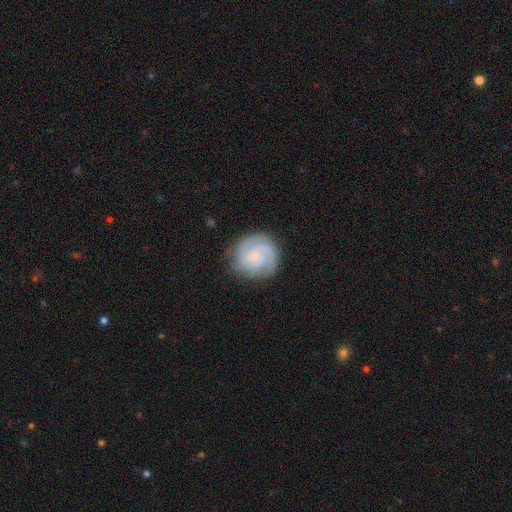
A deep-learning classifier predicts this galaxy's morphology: smooth-or-featured: featured or disk: 73% | smooth: 21% | star or artifact: 7%
  disk-edge-on: no: 98% | yes: 2%
    bar: no: 74% | weak: 23% | strong: 3%
    has-spiral-arms: yes: 96% | no: 4%
      spiral-winding: tight: 63% | medium: 30% | loose: 6%
      spiral-arm-count: 3: 38% | 2: 22% | can't tell: 22% | 4: 8% | 1: 6% | more than 4: 5%
    bulge-size: small: 79% | moderate: 12% | none: 7% | large: 1% | dominant: 1%
  merging: none: 81% | minor disturbance: 13% | major disturbance: 5% | merger: 1%